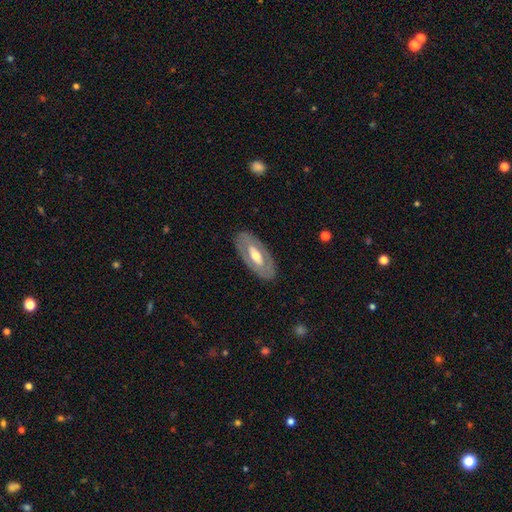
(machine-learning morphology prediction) This is likely a featured or disk galaxy (62%). It is clearly not viewed edge-on (85%). Bar: possibly no (54%). Spiral arm pattern: clearly no (80%). Central bulge: likely moderate (68%). Merging: clearly none (84%).